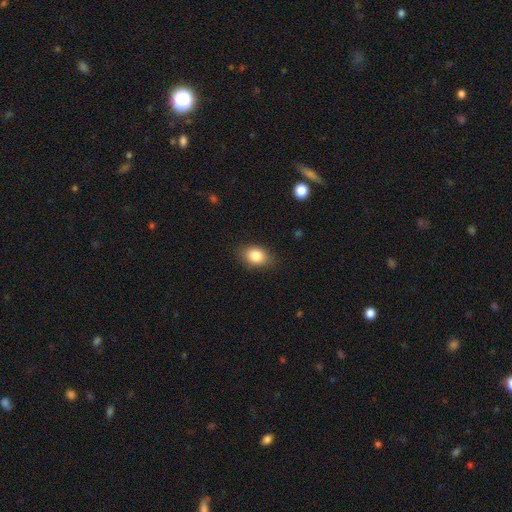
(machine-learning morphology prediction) smooth-or-featured: smooth: 83% | star or artifact: 9% | featured or disk: 8%
  how-rounded: in between: 75% | round: 24% | cigar-shaped: 2%
  merging: none: 81% | minor disturbance: 15% | major disturbance: 3% | merger: 1%